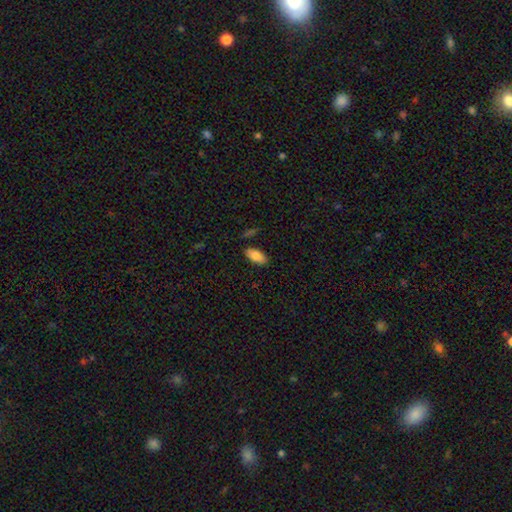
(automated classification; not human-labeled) Smooth or featured?
  - smooth: 81% *
  - featured or disk: 13%
  - star or artifact: 7%
How rounded?
  - in between: 90% *
  - cigar-shaped: 8%
  - round: 2%
Merging?
  - none: 86% *
  - minor disturbance: 10%
  - major disturbance: 2%
  - merger: 2%